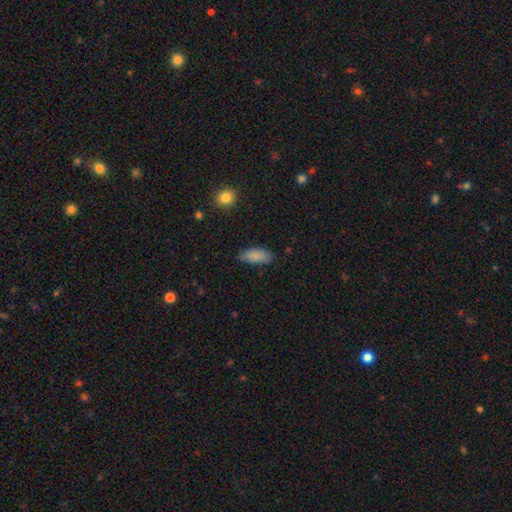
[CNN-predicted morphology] Smooth or featured? smooth (86%)
How rounded? in between (84%)
Merging? none (71%)